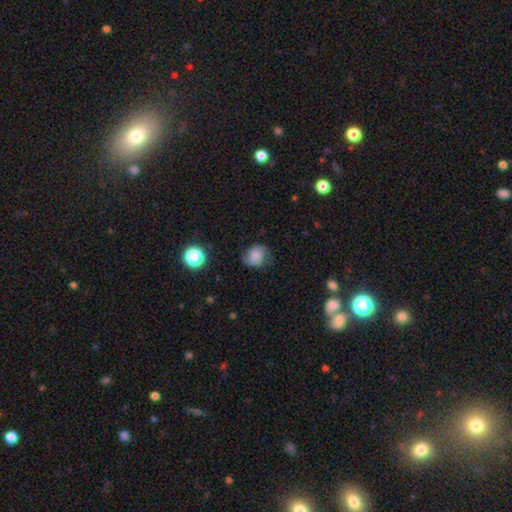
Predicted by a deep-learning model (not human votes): Smooth or featured?
  - smooth: 54% *
  - featured or disk: 35%
  - star or artifact: 11%
How rounded?
  - round: 72% *
  - in between: 27%
  - cigar-shaped: 1%
Merging?
  - none: 64% *
  - minor disturbance: 25%
  - major disturbance: 10%
  - merger: 2%